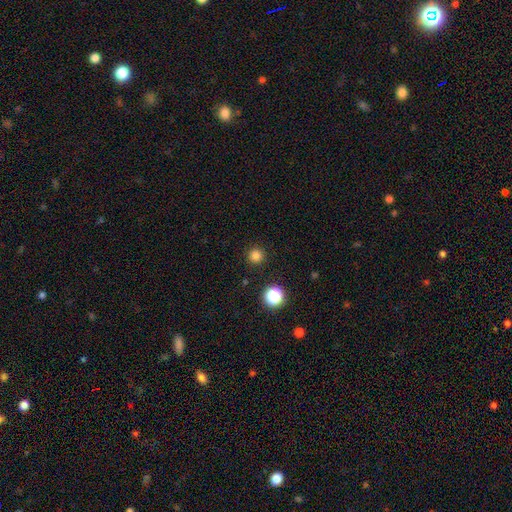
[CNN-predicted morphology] This is clearly a smooth galaxy (81%). How rounded: clearly round (96%). Merging: clearly none (92%).